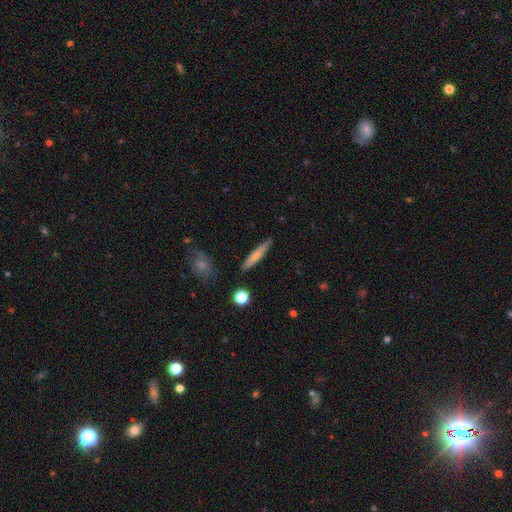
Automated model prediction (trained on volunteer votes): smooth 68%, featured or disk 25%, star or artifact 7%. Down the decision tree: how rounded — cigar-shaped (92%); merging — none (87%).